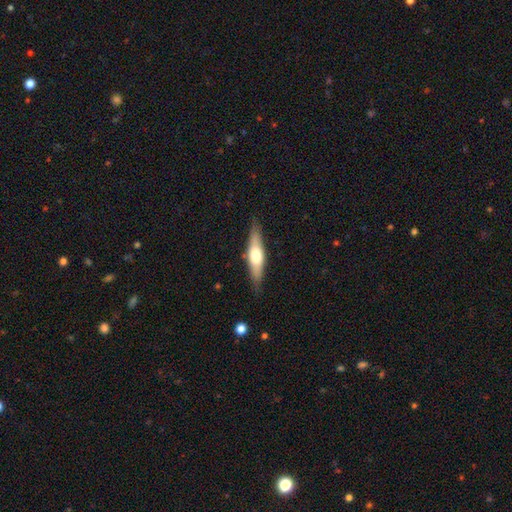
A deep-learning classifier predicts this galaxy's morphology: featured or disk 49%, smooth 46%, star or artifact 5%. Down the decision tree: merging — none (84%).